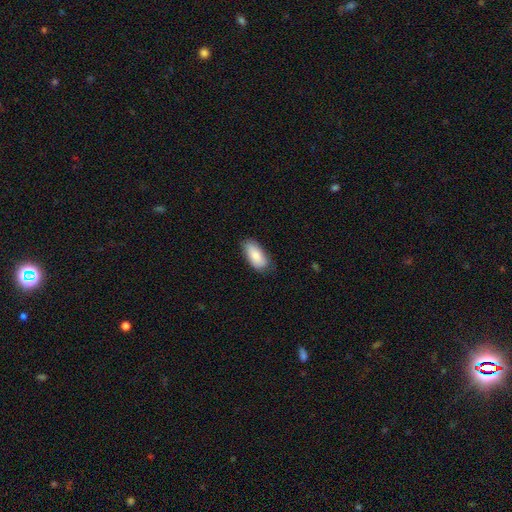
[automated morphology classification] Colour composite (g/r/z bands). It shows a smooth galaxy with no disk features (85%) that is in between round and cigar-shaped (90%). Merging: none (76%).